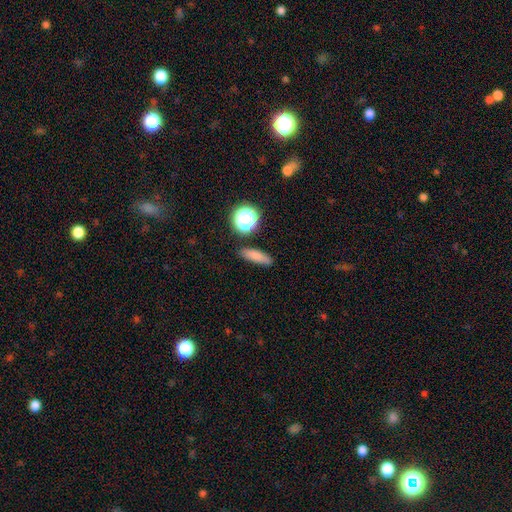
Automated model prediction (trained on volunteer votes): smooth_or_featured: smooth (p=0.78) [alt: star or artifact p=0.11]
how_rounded: cigar-shaped (p=0.49) [alt: in between p=0.39]
merging: none (p=0.83) [alt: minor disturbance p=0.11]